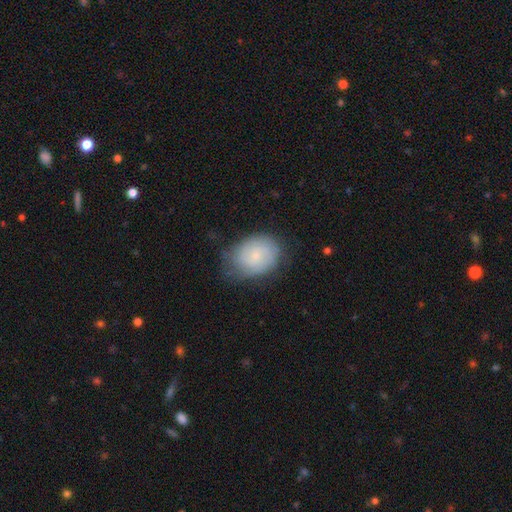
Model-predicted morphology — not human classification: This is possibly a smooth galaxy (56%). How rounded: likely in between (63%). Merging: likely none (62%).